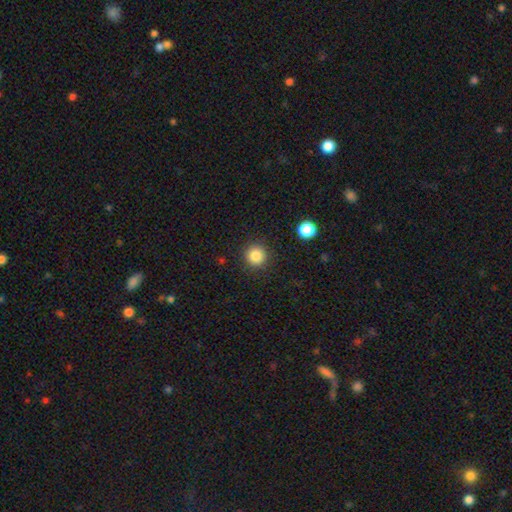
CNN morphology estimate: This appears to be a smooth galaxy with no disk features (85%) that is round (95%). Merging: none (90%).